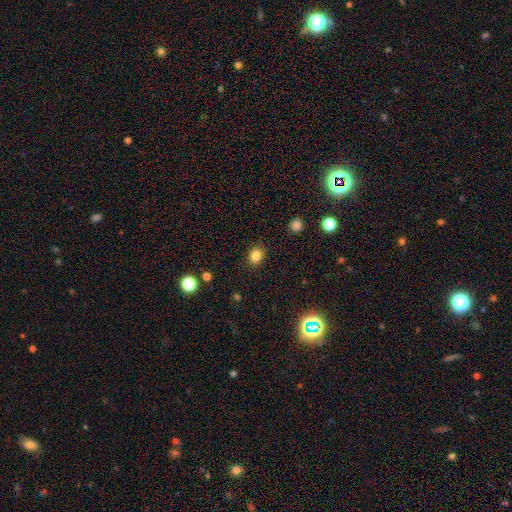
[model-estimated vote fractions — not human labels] Morphology: type=smooth (84%); roundness=round (56%); merging=none (87%).